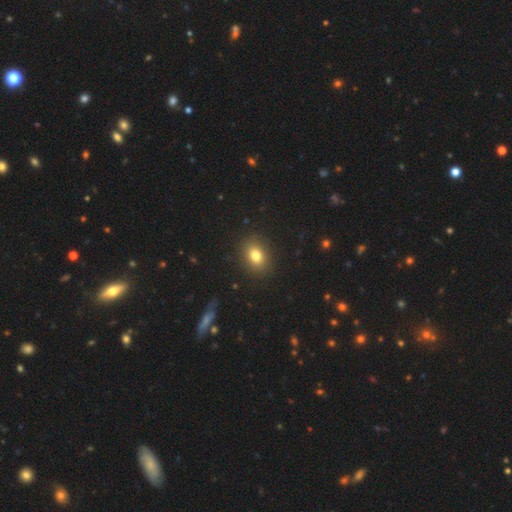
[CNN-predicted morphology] A smooth galaxy with no disk features (80%) that is in between round and cigar-shaped (60%). Merging: none (88%).